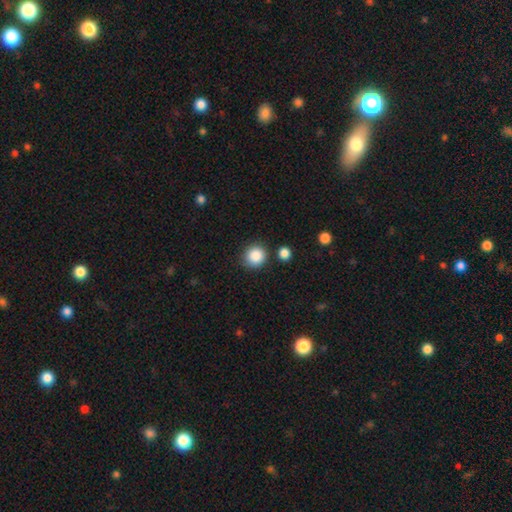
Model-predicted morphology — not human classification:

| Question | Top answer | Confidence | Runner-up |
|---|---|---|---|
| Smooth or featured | smooth | 87% | star or artifact (9%) |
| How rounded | round | 91% | in between (8%) |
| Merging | none | 82% | minor disturbance (10%) |